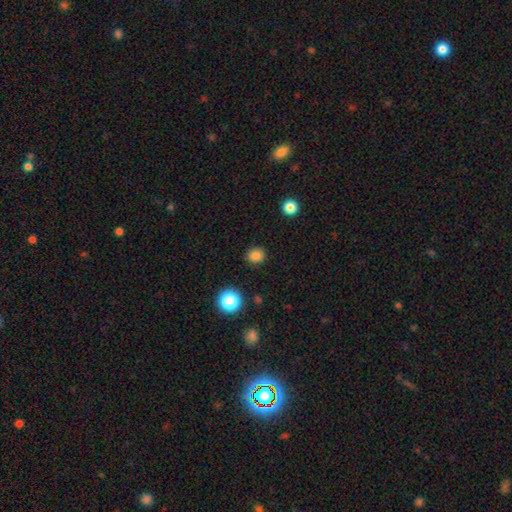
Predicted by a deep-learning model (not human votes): smooth-or-featured: smooth: 83% | star or artifact: 13% | featured or disk: 4%
  how-rounded: round: 82% | in between: 17% | cigar-shaped: 1%
  merging: none: 90% | minor disturbance: 7% | major disturbance: 2% | merger: 1%